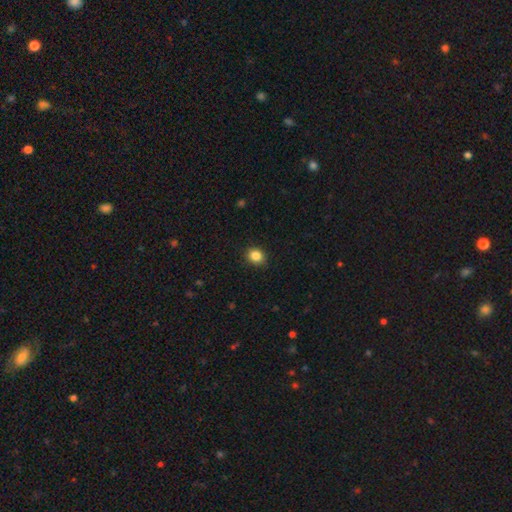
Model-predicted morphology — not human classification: smooth 85%, star or artifact 11%, featured or disk 5%. Down the decision tree: how rounded — round (69%); merging — none (90%).